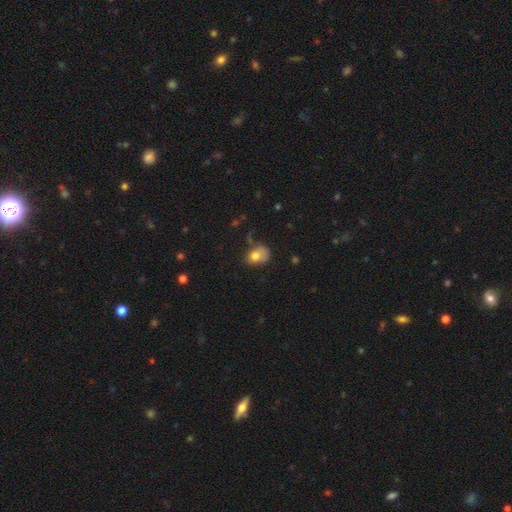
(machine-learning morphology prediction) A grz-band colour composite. It shows a smooth galaxy with no disk features (76%) that is in between round and cigar-shaped (62%). Merging: none (42%).